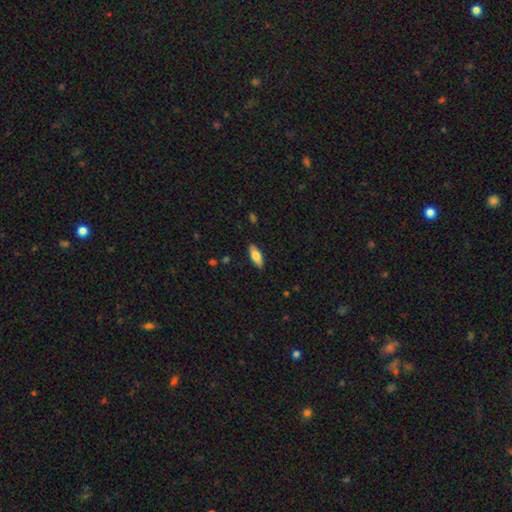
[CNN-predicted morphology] This appears to be a smooth galaxy with no disk features (71%) that is in between round and cigar-shaped (70%). Merging: none (88%).